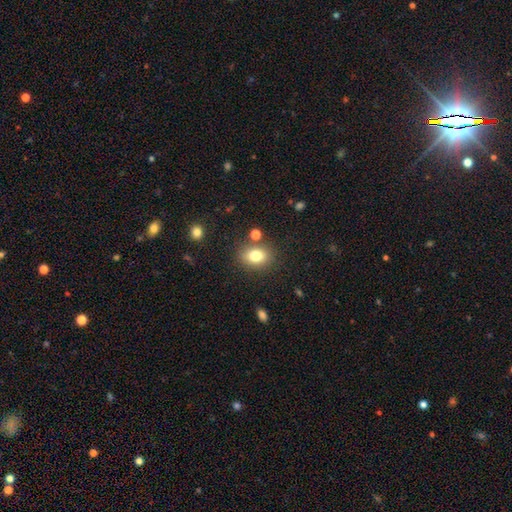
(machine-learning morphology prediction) Smooth or featured?
  - smooth: 80% *
  - star or artifact: 11%
  - featured or disk: 9%
How rounded?
  - in between: 58% *
  - round: 41%
  - cigar-shaped: 1%
Merging?
  - none: 80% *
  - minor disturbance: 11%
  - merger: 6%
  - major disturbance: 3%